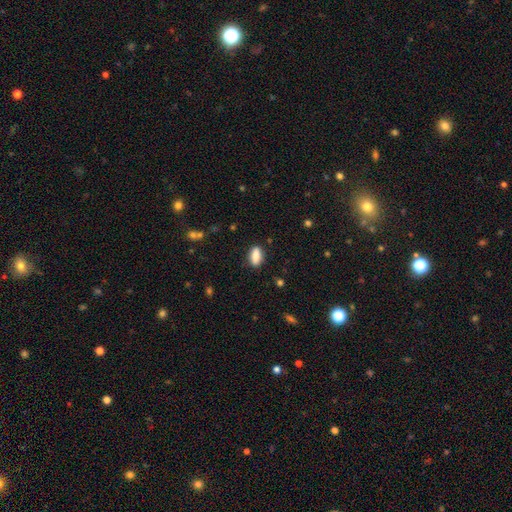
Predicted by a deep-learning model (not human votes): Q: Smooth or featured?
A: smooth (87%); runner-up: star or artifact (7%)
Q: How rounded?
A: in between (84%); runner-up: cigar-shaped (13%)
Q: Merging?
A: none (86%); runner-up: minor disturbance (10%)